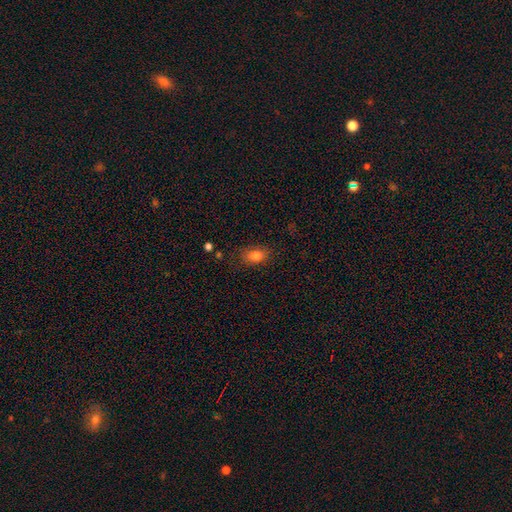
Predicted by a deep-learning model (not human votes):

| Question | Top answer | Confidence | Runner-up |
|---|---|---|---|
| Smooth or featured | smooth | 81% | star or artifact (10%) |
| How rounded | in between | 81% | round (17%) |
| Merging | none | 82% | minor disturbance (13%) |